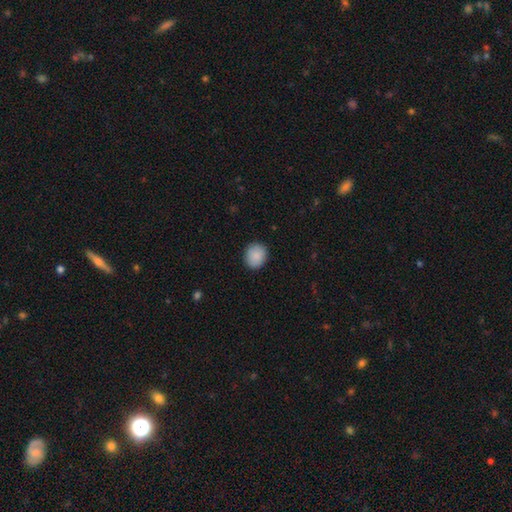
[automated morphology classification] smooth-or-featured: smooth: 89% | star or artifact: 7% | featured or disk: 4%
  how-rounded: round: 77% | in between: 23% | cigar-shaped: 1%
  merging: none: 89% | minor disturbance: 8% | major disturbance: 2% | merger: 1%